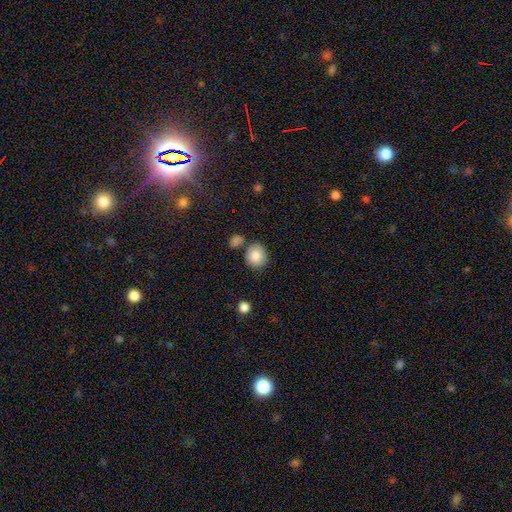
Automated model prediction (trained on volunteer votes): This is clearly a smooth galaxy (86%). How rounded: likely round (79%). Merging: likely none (75%).